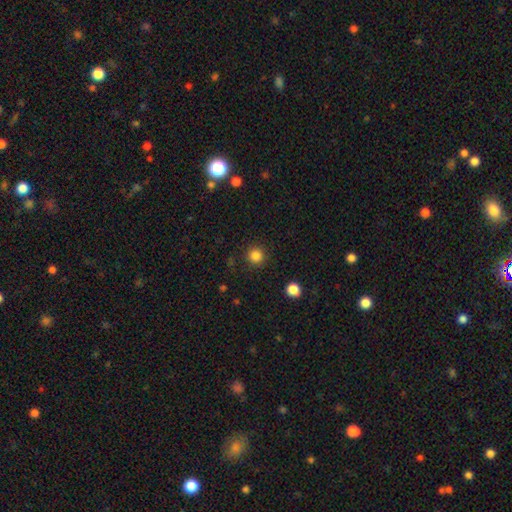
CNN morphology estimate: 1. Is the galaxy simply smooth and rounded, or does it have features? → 84% smooth, 12% star or artifact, 3% featured or disk.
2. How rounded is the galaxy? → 95% round, 4% in between, 1% cigar-shaped.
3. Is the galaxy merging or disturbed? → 91% none, 5% minor disturbance, 2% major disturbance, 1% merger.